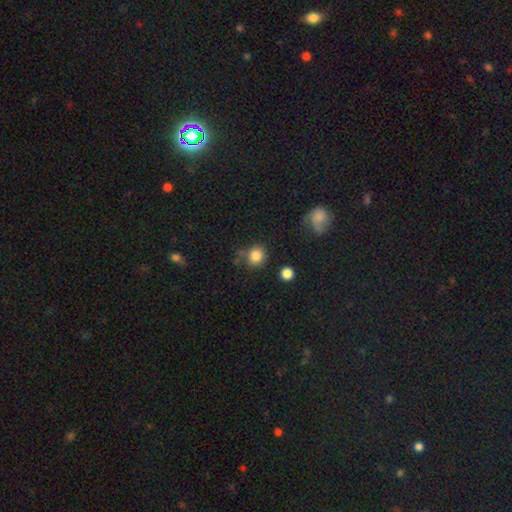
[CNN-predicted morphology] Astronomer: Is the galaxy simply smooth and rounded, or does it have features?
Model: smooth — 83%.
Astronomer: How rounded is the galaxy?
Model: round — 81%.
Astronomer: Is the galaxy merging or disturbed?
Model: none — 74%.